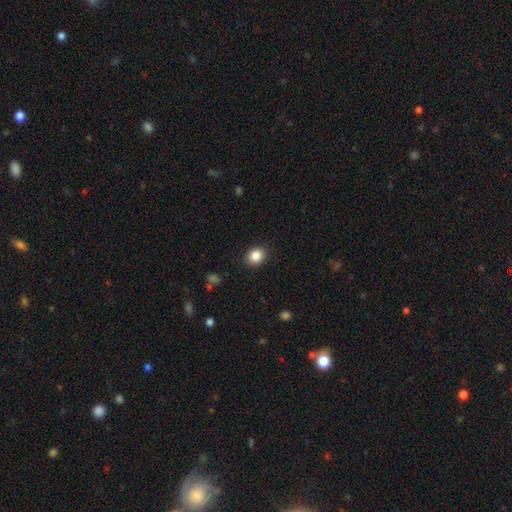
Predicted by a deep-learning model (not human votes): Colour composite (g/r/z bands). It shows a smooth galaxy with no disk features (86%) that is round (63%). Merging: none (89%).